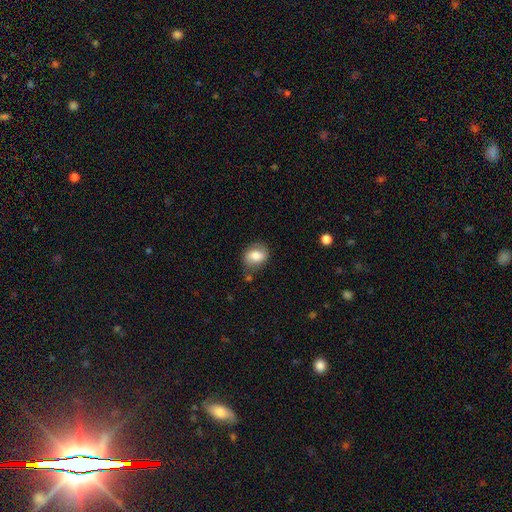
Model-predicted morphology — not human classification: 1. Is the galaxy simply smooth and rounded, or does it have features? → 70% smooth, 22% featured or disk, 8% star or artifact.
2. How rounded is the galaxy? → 58% in between, 40% round, 1% cigar-shaped.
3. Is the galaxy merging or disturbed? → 70% none, 20% minor disturbance, 6% major disturbance, 4% merger.